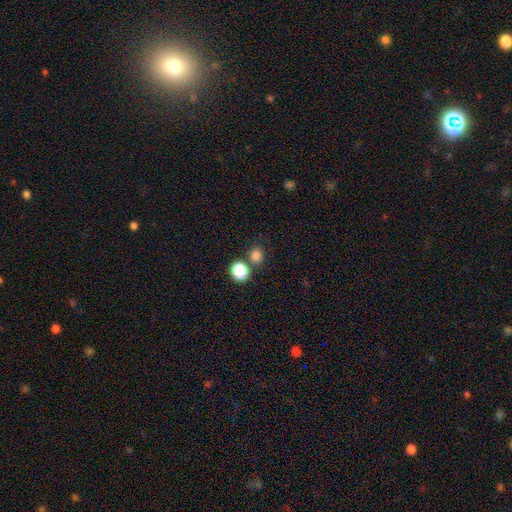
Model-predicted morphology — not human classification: smooth-or-featured: smooth: 82% | star or artifact: 14% | featured or disk: 4%
  how-rounded: round: 78% | in between: 21% | cigar-shaped: 1%
  merging: none: 67% | merger: 22% | minor disturbance: 8% | major disturbance: 3%